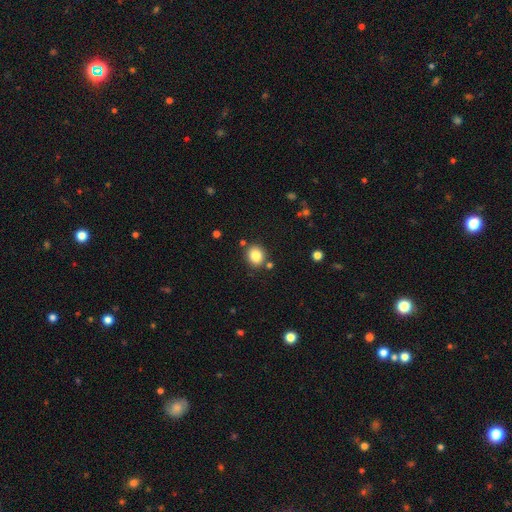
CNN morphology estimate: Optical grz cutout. It shows a smooth galaxy with no disk features (84%) that is round (74%). Merging: none (83%).